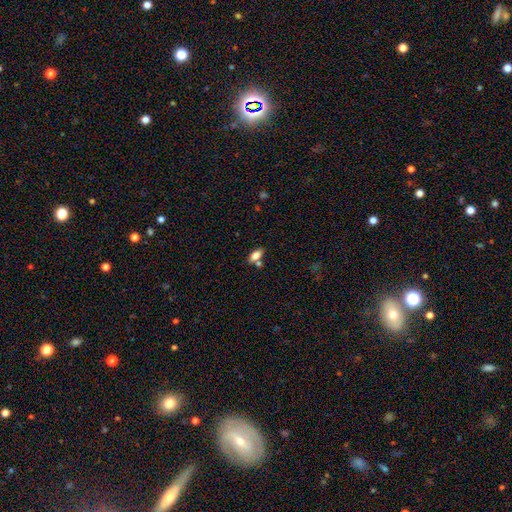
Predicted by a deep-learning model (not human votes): Q: Smooth or featured?
A: smooth (80%); runner-up: featured or disk (12%)
Q: How rounded?
A: in between (88%); runner-up: cigar-shaped (8%)
Q: Merging?
A: none (65%); runner-up: merger (20%)